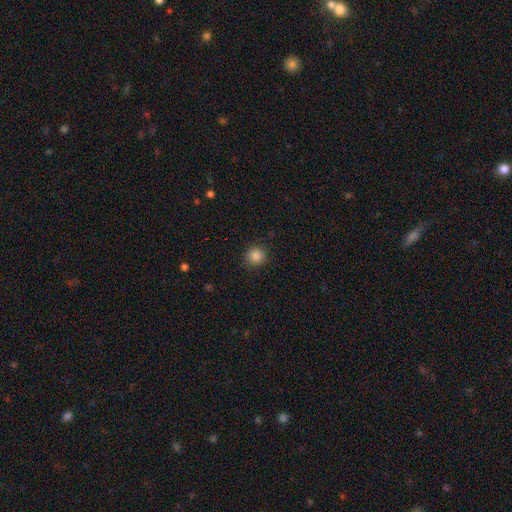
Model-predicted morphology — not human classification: Smooth or featured? smooth (86%)
How rounded? round (91%)
Merging? none (89%)